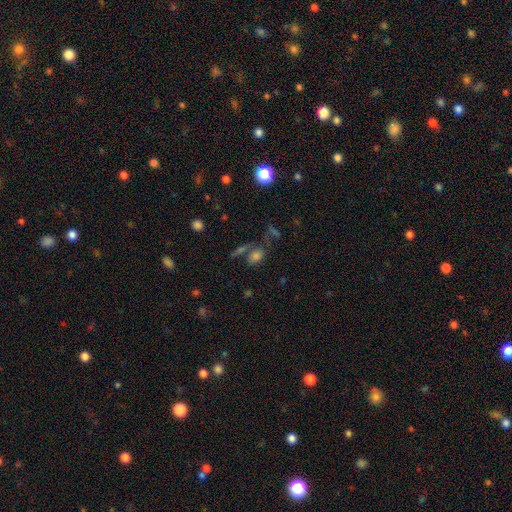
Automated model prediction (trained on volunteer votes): smooth-or-featured: smooth: 68% | star or artifact: 19% | featured or disk: 13%
  how-rounded: in between: 75% | round: 20% | cigar-shaped: 5%
  merging: none: 48% | merger: 25% | minor disturbance: 15% | major disturbance: 12%